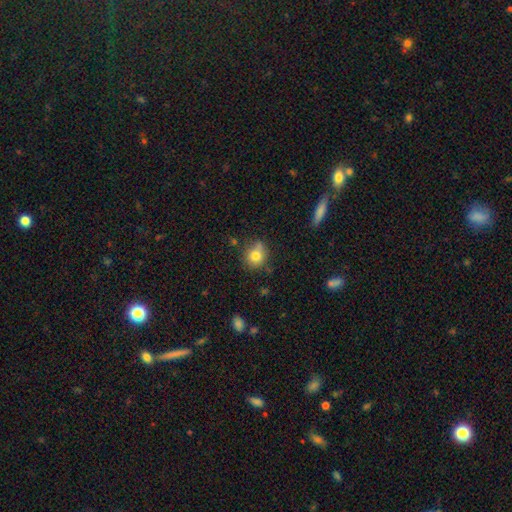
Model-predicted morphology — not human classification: Smooth or featured? smooth (78%)
How rounded? round (78%)
Merging? none (65%)